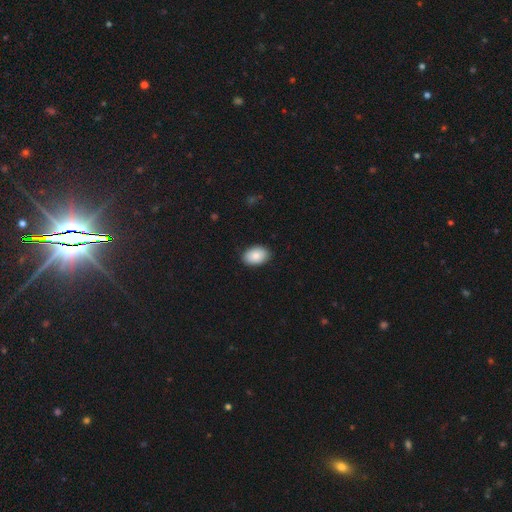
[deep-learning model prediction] Smooth or featured: smooth — 87% (star or artifact — 7%)
How rounded: in between — 88% (round — 11%)
Merging: none — 89% (minor disturbance — 8%)